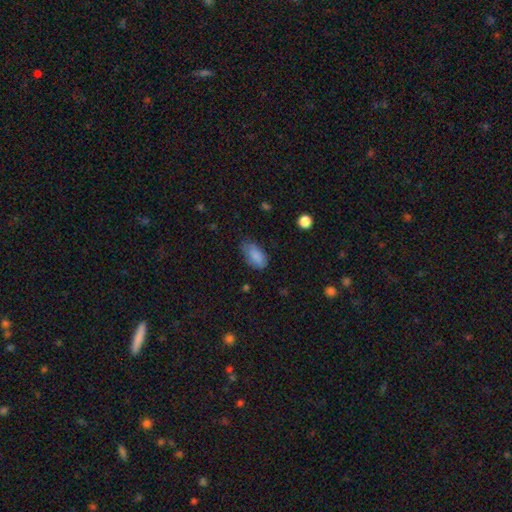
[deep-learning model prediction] Smooth or featured: smooth — 85% (star or artifact — 8%)
How rounded: in between — 92% (cigar-shaped — 4%)
Merging: none — 61% (minor disturbance — 30%)